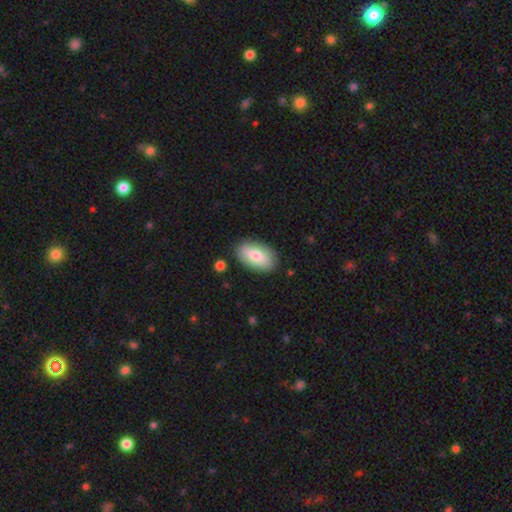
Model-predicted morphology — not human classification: A smooth galaxy with no disk features (74%) that is in between round and cigar-shaped (93%).

Vote fractions:
- Smooth or featured? smooth: 74% / featured or disk: 20% / star or artifact: 6%
- How rounded? in between: 93% / round: 4% / cigar-shaped: 3%
- Merging? none: 85% / minor disturbance: 10% / major disturbance: 3% / merger: 2%